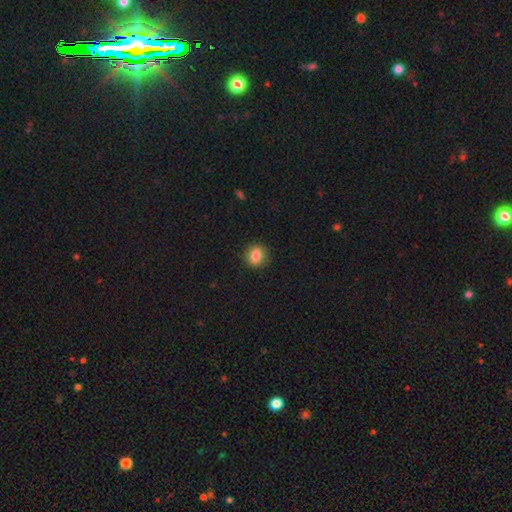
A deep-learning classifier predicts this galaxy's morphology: smooth_or_featured: smooth (p=0.82) [alt: star or artifact p=0.10]
how_rounded: round (p=0.74) [alt: in between p=0.25]
merging: none (p=0.88) [alt: minor disturbance p=0.08]